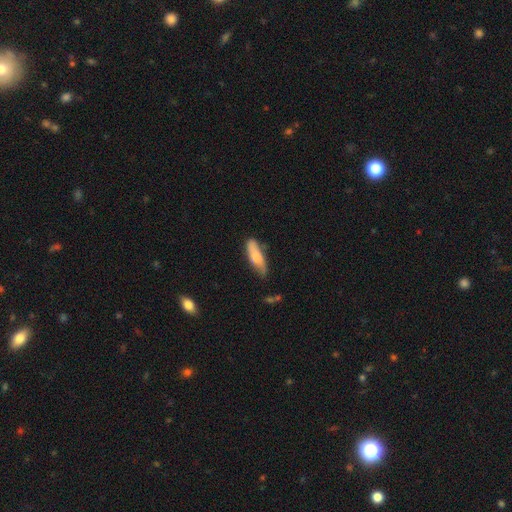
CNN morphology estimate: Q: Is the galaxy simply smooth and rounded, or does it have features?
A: smooth — 70%.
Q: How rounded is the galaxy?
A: cigar-shaped — 52%.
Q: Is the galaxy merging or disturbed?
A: none — 65%.